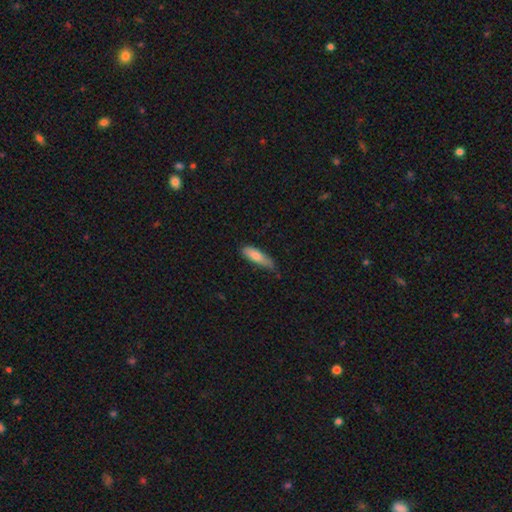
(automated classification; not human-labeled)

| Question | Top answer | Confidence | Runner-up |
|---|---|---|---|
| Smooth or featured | smooth | 80% | featured or disk (14%) |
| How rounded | cigar-shaped | 56% | in between (42%) |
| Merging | none | 53% | minor disturbance (39%) |